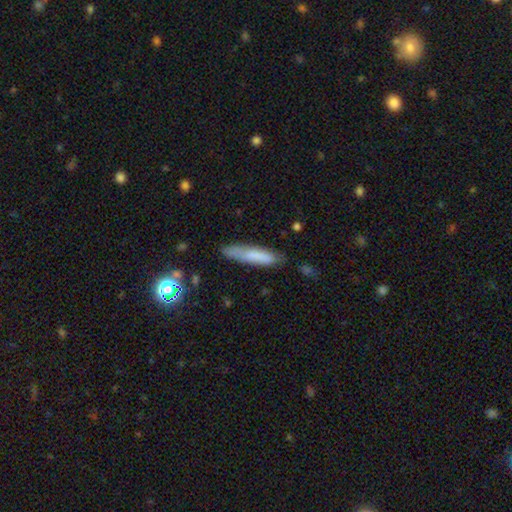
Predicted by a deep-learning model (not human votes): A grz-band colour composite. It shows a smooth galaxy with no disk features (73%) that is cigar-shaped (83%). Merging: none (71%).